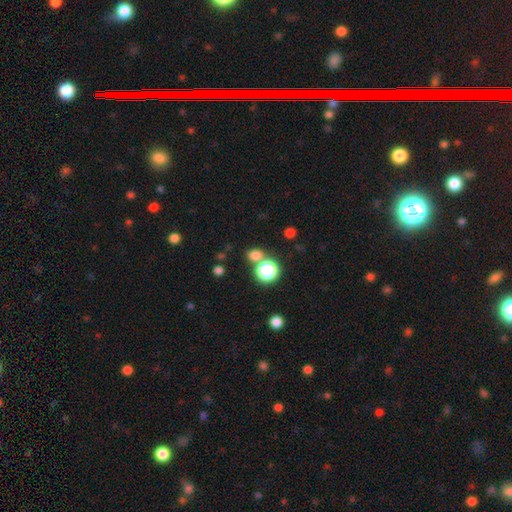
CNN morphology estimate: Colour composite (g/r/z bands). It shows a smooth galaxy with no disk features (71%) that is round (67%). Merging: none (68%).